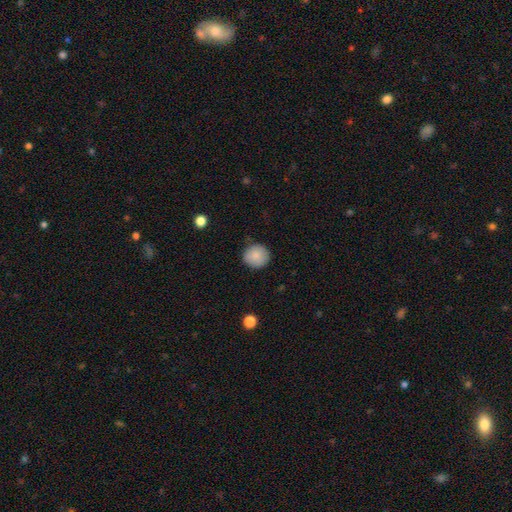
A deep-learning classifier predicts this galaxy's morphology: Smooth or featured? smooth (86%)
How rounded? round (91%)
Merging? none (87%)